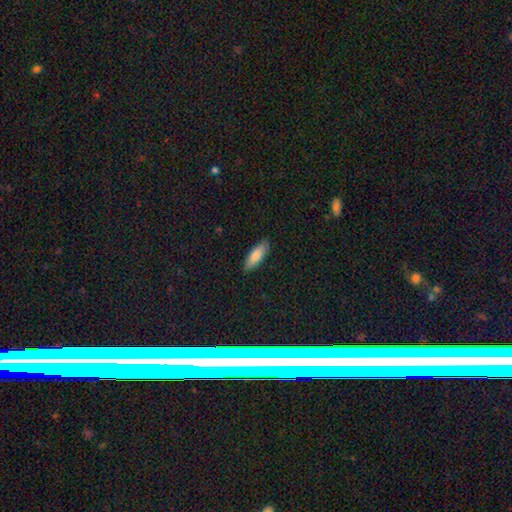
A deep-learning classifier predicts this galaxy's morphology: smooth 82%, featured or disk 12%, star or artifact 6%. Down the decision tree: how rounded — in between (62%); merging — none (86%).